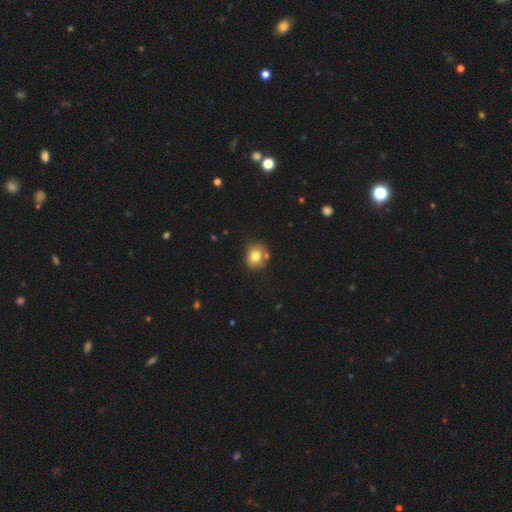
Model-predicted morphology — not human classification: smooth 76%, featured or disk 13%, star or artifact 10%. Down the decision tree: how rounded — round (71%); merging — none (65%).